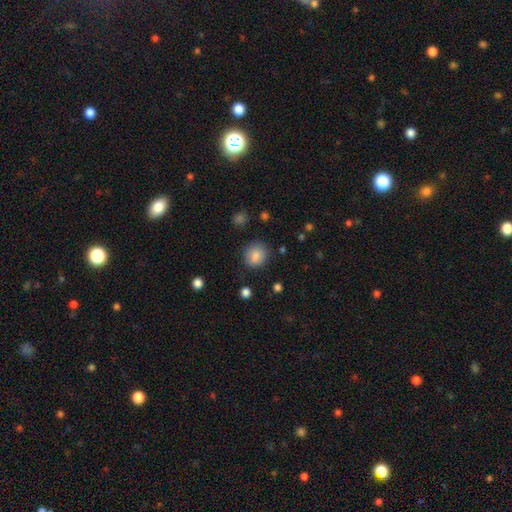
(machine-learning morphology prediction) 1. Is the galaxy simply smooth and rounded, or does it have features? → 85% smooth, 9% star or artifact, 6% featured or disk.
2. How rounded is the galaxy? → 79% round, 19% in between, 1% cigar-shaped.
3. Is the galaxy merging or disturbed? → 81% none, 12% minor disturbance, 4% major disturbance, 3% merger.